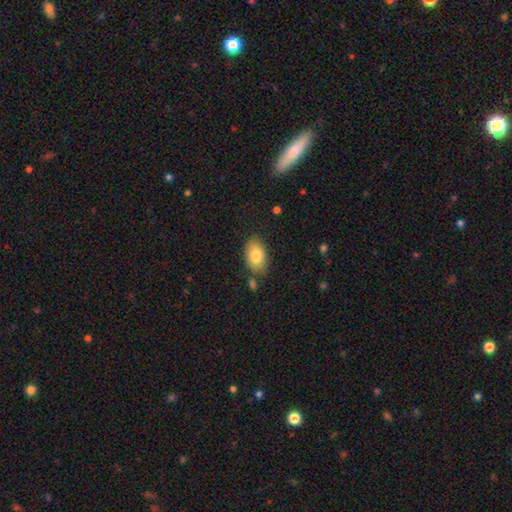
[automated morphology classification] The model was most divided on "merging": none: 77%, minor disturbance: 14%, merger: 5%, major disturbance: 3%. More confident: how rounded — in between (92%); smooth or featured — smooth (82%).